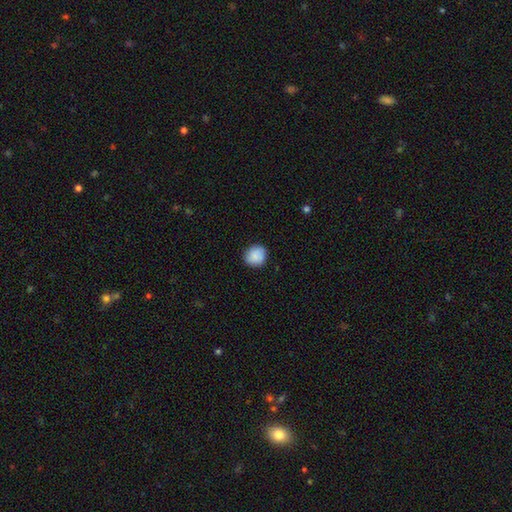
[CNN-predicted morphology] smooth_or_featured: smooth (p=0.87) [alt: star or artifact p=0.07]
how_rounded: round (p=0.86) [alt: in between p=0.13]
merging: none (p=0.87) [alt: minor disturbance p=0.10]